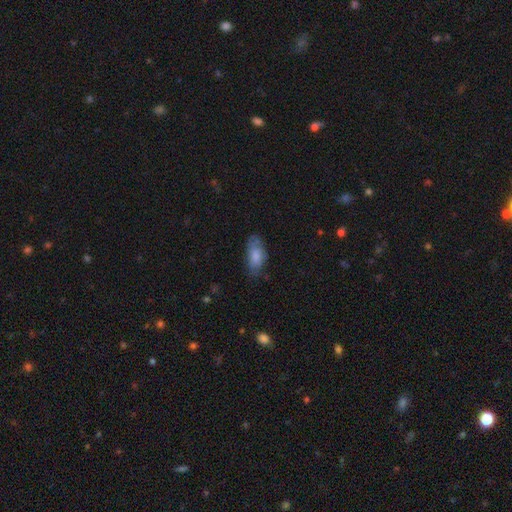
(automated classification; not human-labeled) A smooth galaxy with no disk features (73%) that is in between round and cigar-shaped (88%). Merging: none (65%).